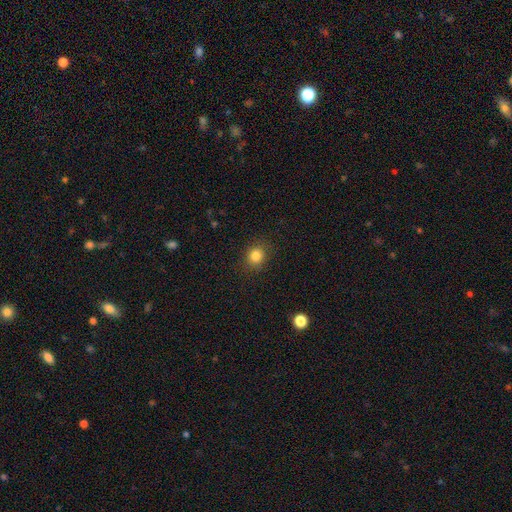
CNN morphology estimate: A smooth galaxy with no disk features (83%) that is round (78%). Merging: none (87%).